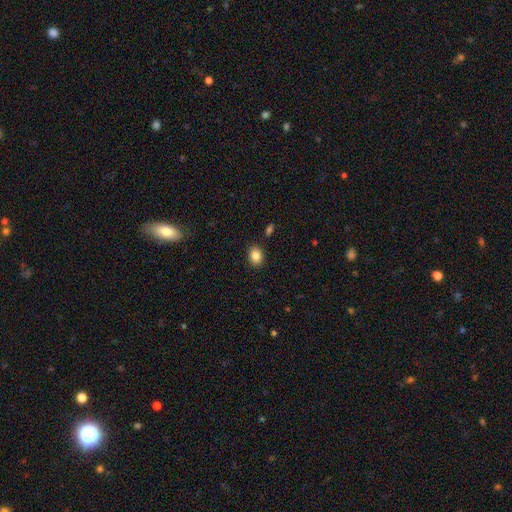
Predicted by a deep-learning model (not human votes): smooth-or-featured: smooth: 86% | star or artifact: 9% | featured or disk: 5%
  how-rounded: in between: 59% | round: 40% | cigar-shaped: 1%
  merging: none: 88% | minor disturbance: 8% | major disturbance: 2% | merger: 2%